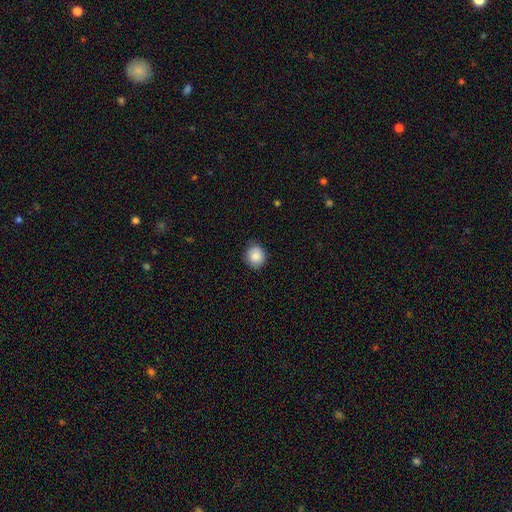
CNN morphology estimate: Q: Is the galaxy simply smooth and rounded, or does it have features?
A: smooth — 87%.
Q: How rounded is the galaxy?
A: round — 77%.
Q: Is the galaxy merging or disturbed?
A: none — 86%.